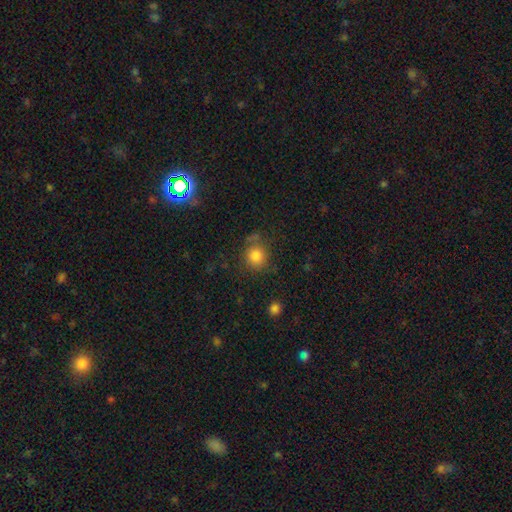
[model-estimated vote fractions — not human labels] smooth_or_featured: smooth (p=0.83) [alt: star or artifact p=0.11]
how_rounded: round (p=0.87) [alt: in between p=0.12]
merging: none (p=0.72) [alt: minor disturbance p=0.16]